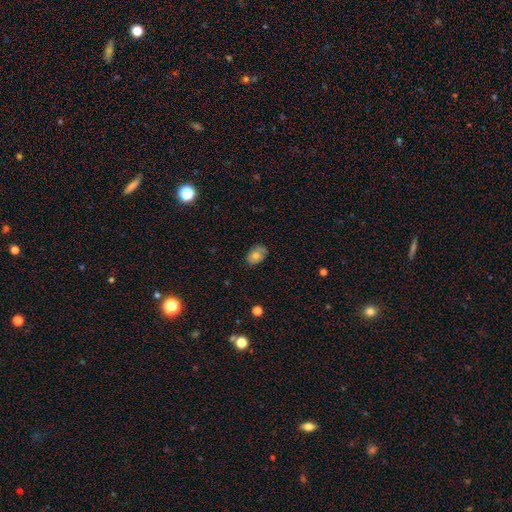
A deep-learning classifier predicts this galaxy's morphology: This is likely a smooth galaxy (70%). How rounded: clearly in between (81%). Merging: likely none (77%).